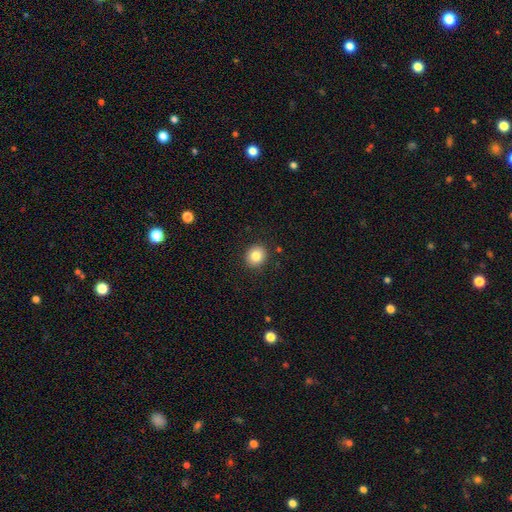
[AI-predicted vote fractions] smooth-or-featured: smooth: 84% | star or artifact: 10% | featured or disk: 7%
  how-rounded: round: 79% | in between: 20% | cigar-shaped: 1%
  merging: none: 90% | minor disturbance: 7% | major disturbance: 2% | merger: 1%